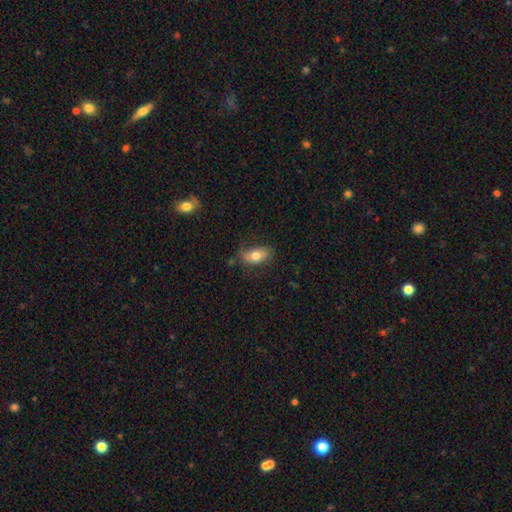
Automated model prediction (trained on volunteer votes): A smooth galaxy with no disk features (71%) that is in between round and cigar-shaped (89%). Merging: none (62%).